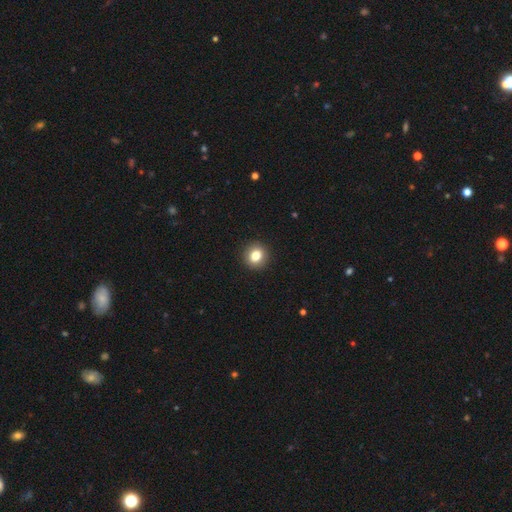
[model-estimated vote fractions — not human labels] Smooth or featured: smooth — 81% (star or artifact — 11%)
How rounded: round — 85% (in between — 14%)
Merging: none — 93% (minor disturbance — 5%)